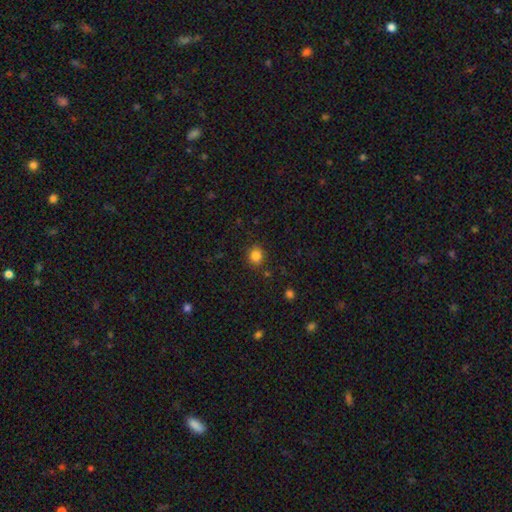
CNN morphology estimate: This appears to be a smooth galaxy with no disk features (84%) that is round (82%). Merging: none (87%).